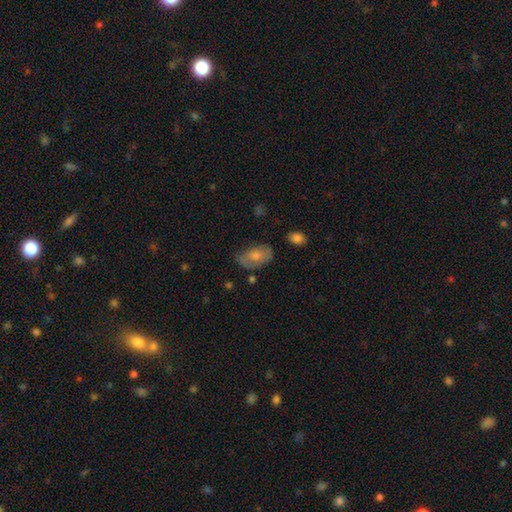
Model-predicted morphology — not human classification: Smooth or featured?
  - smooth: 68% *
  - featured or disk: 25%
  - star or artifact: 7%
How rounded?
  - in between: 91% *
  - round: 7%
  - cigar-shaped: 2%
Merging?
  - none: 64% *
  - minor disturbance: 25%
  - major disturbance: 8%
  - merger: 3%